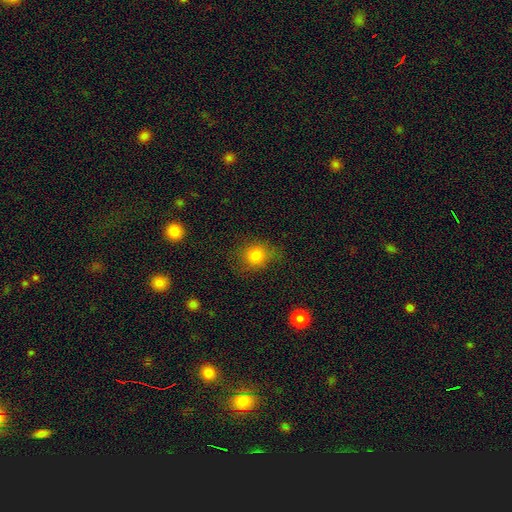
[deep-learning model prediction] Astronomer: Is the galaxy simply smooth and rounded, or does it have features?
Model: smooth — 80%.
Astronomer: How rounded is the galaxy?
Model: round — 72%.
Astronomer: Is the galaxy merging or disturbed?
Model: none — 74%.